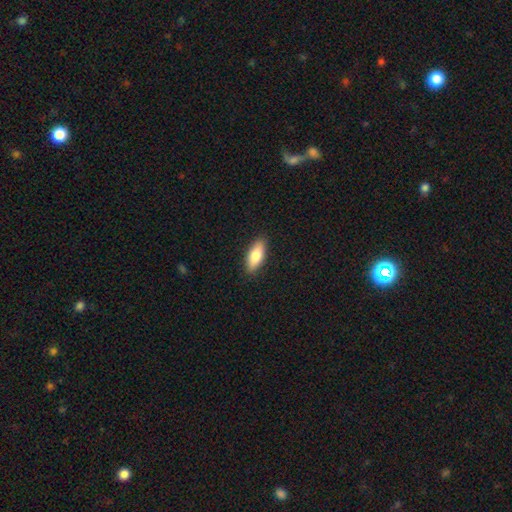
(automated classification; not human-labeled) Smooth or featured: smooth — 82% (featured or disk — 12%)
How rounded: in between — 79% (cigar-shaped — 19%)
Merging: none — 89% (minor disturbance — 9%)